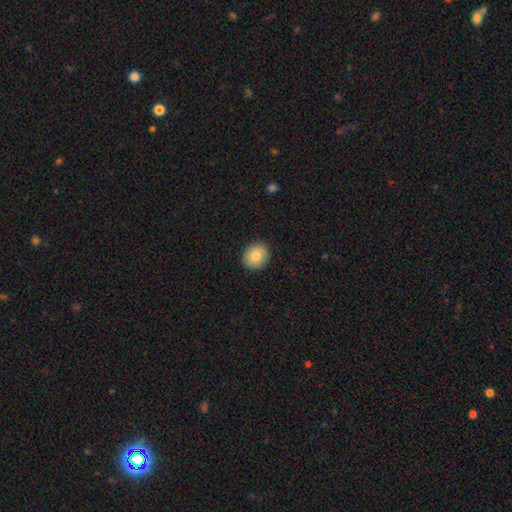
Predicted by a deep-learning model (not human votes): A smooth galaxy with no disk features (83%) that is round (73%).

Vote fractions:
- Smooth or featured? smooth: 83% / featured or disk: 10% / star or artifact: 8%
- How rounded? round: 73% / in between: 26% / cigar-shaped: 1%
- Merging? none: 91% / minor disturbance: 7% / major disturbance: 2% / merger: 1%